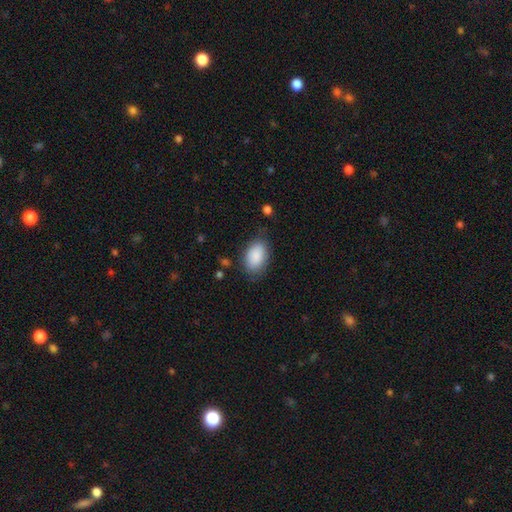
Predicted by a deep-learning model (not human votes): Smooth or featured?
  - smooth: 88% *
  - star or artifact: 6%
  - featured or disk: 6%
How rounded?
  - in between: 91% *
  - round: 8%
  - cigar-shaped: 1%
Merging?
  - none: 76% *
  - minor disturbance: 18%
  - major disturbance: 5%
  - merger: 2%